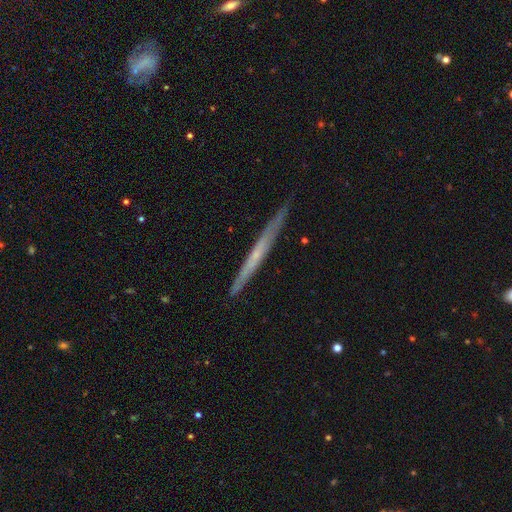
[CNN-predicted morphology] type=featured or disk (59%); edge-on=yes (96%); edge-on bulge=none (77%); merging=none (89%).